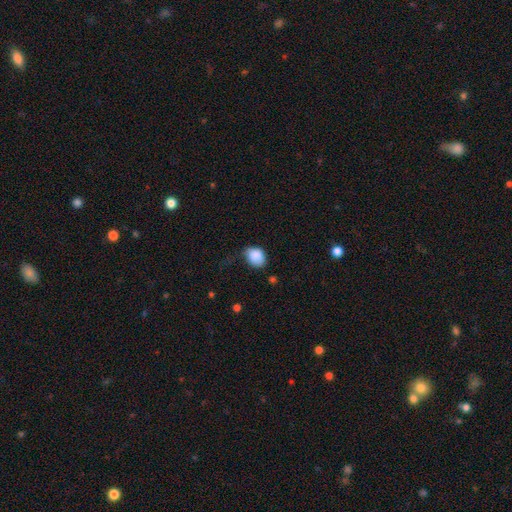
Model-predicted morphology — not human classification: smooth-or-featured: smooth: 86% | star or artifact: 8% | featured or disk: 7%
  how-rounded: in between: 66% | round: 33% | cigar-shaped: 1%
  merging: none: 42% | minor disturbance: 40% | major disturbance: 15% | merger: 3%